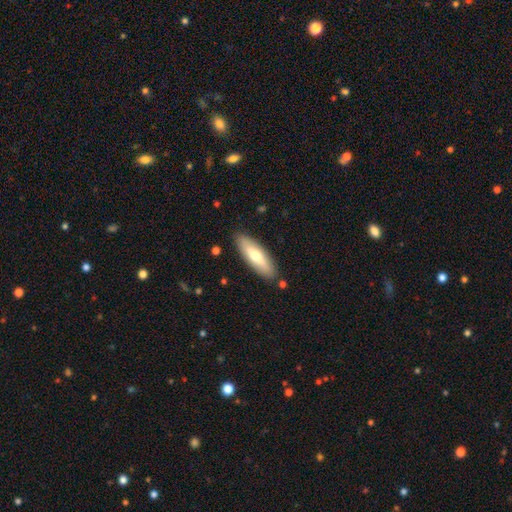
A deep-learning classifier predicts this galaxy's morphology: smooth-or-featured: smooth: 61% | featured or disk: 34% | star or artifact: 5%
  how-rounded: in between: 50% | cigar-shaped: 48% | round: 2%
  merging: none: 87% | minor disturbance: 9% | major disturbance: 2% | merger: 2%